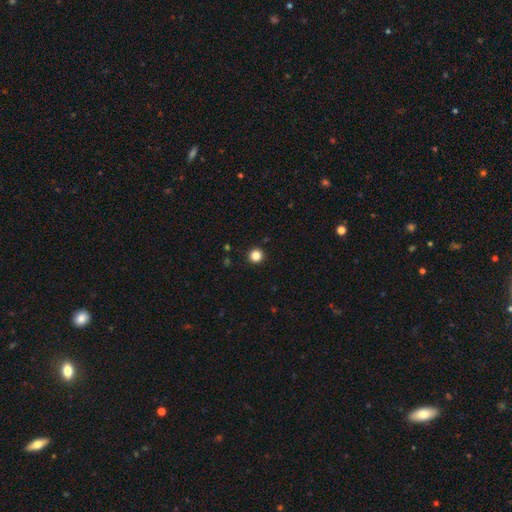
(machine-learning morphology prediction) smooth_or_featured: smooth (p=0.84) [alt: star or artifact p=0.12]
how_rounded: round (p=0.96) [alt: in between p=0.03]
merging: none (p=0.93) [alt: minor disturbance p=0.04]